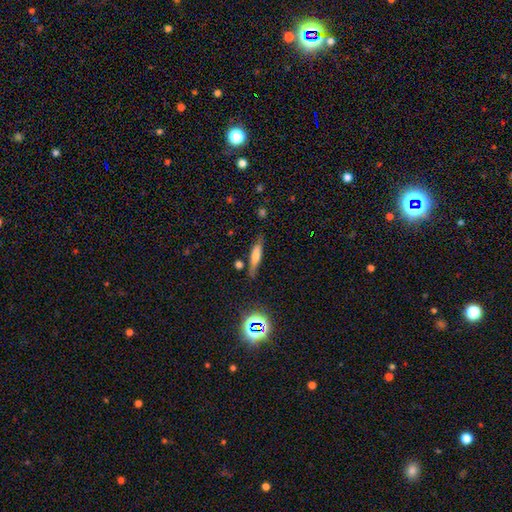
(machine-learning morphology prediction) Q: Smooth or featured?
A: smooth (57%); runner-up: featured or disk (32%)
Q: How rounded?
A: cigar-shaped (79%); runner-up: in between (18%)
Q: Merging?
A: none (76%); runner-up: minor disturbance (15%)